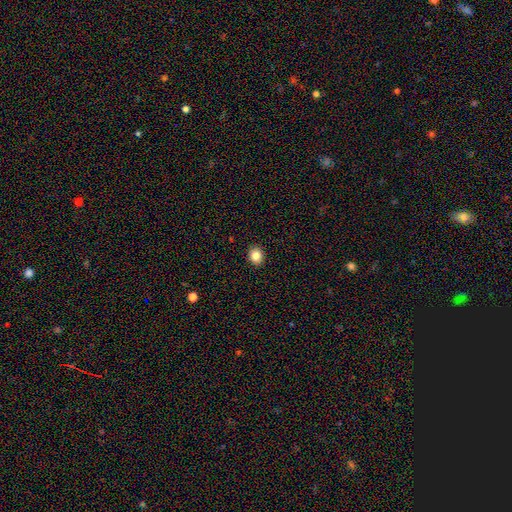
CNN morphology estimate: Smooth or featured? Predicted: smooth (p=0.84). How rounded? Predicted: round (p=0.68). Merging? Predicted: none (p=0.92).